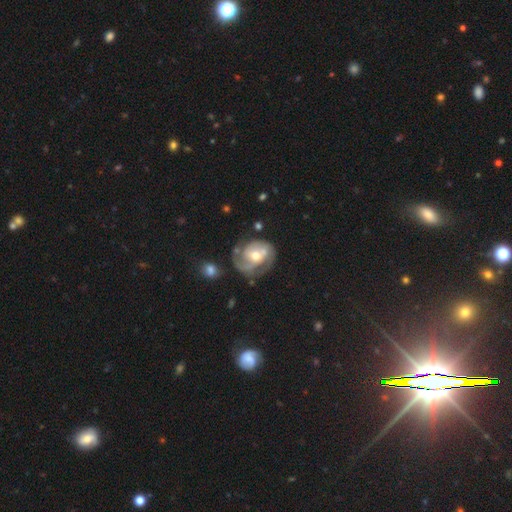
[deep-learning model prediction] The model was most divided on "spiral winding": tight: 43%, medium: 41%, loose: 17%. More confident: edge-on disk — no (97%); spiral arms — yes (88%); smooth or featured — featured or disk (79%); bulge size — moderate (67%); spiral arm count — 2 (64%); merging — none (57%); bar — no (55%).